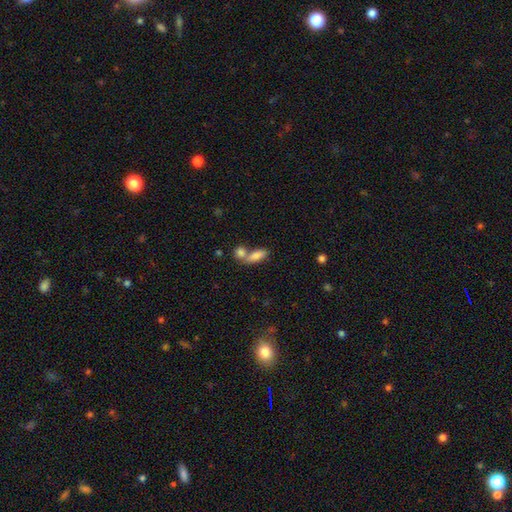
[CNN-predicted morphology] Smooth or featured: smooth — 82% (featured or disk — 11%)
How rounded: in between — 73% (cigar-shaped — 22%)
Merging: merger — 45% (none — 41%)